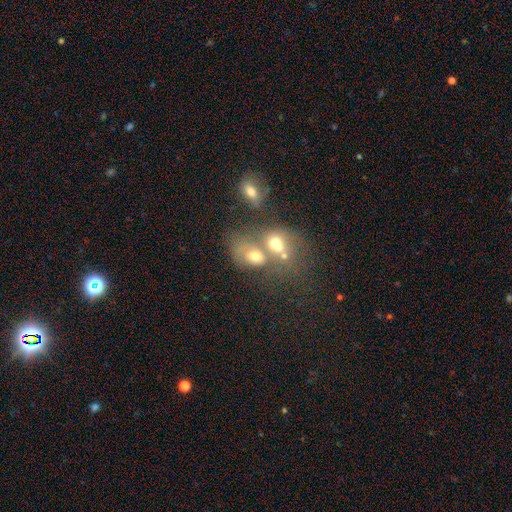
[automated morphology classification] This is possibly a smooth galaxy (58%). How rounded: possibly in between (54%). Merging: likely merger (63%).